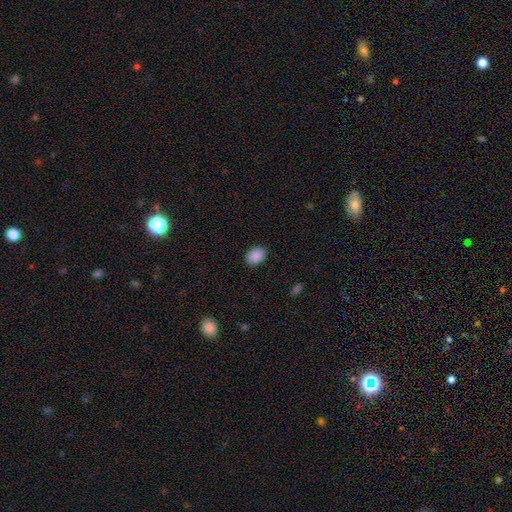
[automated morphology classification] A smooth galaxy with no disk features (90%) that is in between round and cigar-shaped (70%).

Vote fractions:
- Smooth or featured? smooth: 90% / star or artifact: 8% / featured or disk: 3%
- How rounded? in between: 70% / round: 29% / cigar-shaped: 1%
- Merging? none: 88% / minor disturbance: 8% / major disturbance: 2% / merger: 1%